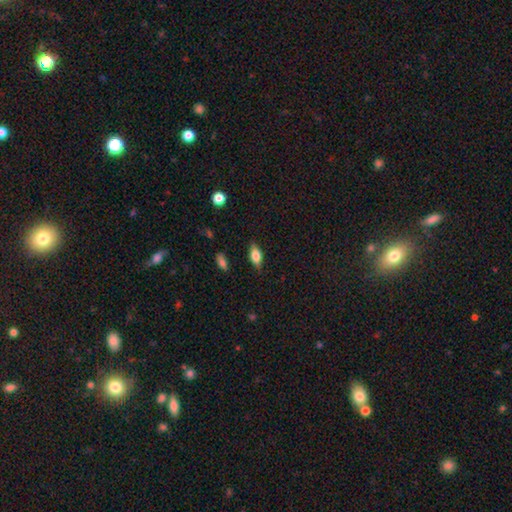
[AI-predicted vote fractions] This is likely a smooth galaxy (70%). How rounded: clearly in between (84%). Merging: clearly none (81%).